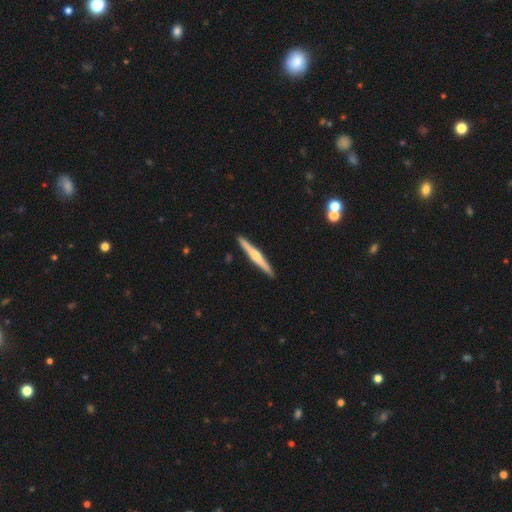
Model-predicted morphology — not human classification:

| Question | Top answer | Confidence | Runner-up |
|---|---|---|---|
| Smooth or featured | featured or disk | 66% | smooth (30%) |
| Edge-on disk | yes | 98% | no (2%) |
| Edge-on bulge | rounded | 81% | none (11%) |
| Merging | none | 92% | minor disturbance (5%) |